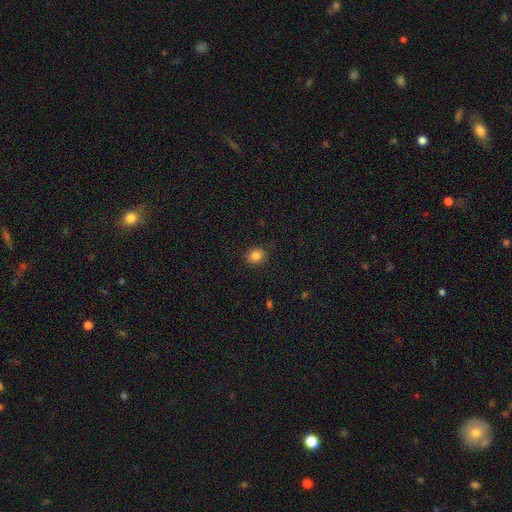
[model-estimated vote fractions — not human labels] Smooth or featured? smooth (84%)
How rounded? round (77%)
Merging? none (89%)